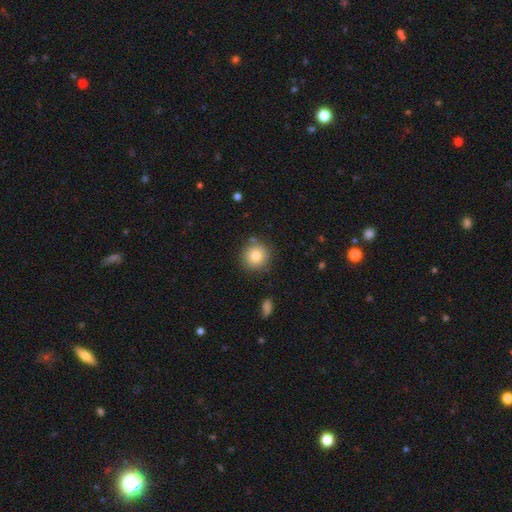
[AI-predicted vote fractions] smooth-or-featured: smooth: 81% | star or artifact: 10% | featured or disk: 9%
  how-rounded: round: 93% | in between: 6% | cigar-shaped: 1%
  merging: none: 86% | minor disturbance: 9% | merger: 3% | major disturbance: 3%